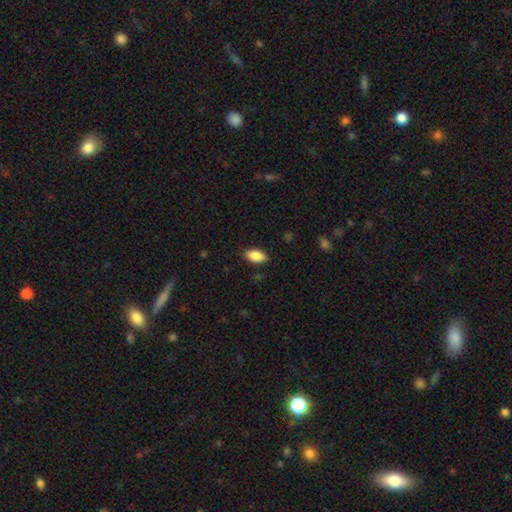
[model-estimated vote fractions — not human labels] A smooth galaxy with no disk features (86%) that is in between round and cigar-shaped (92%). Merging: none (87%).